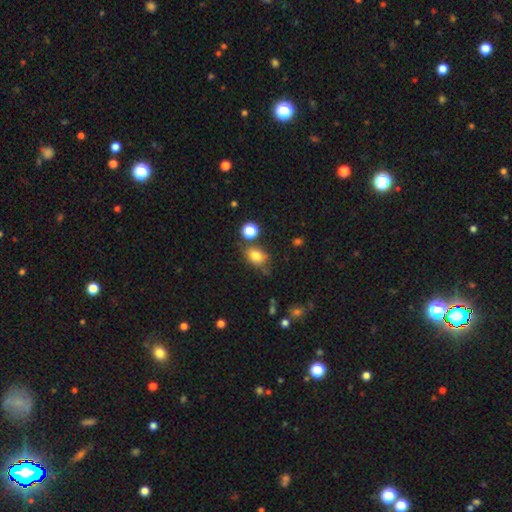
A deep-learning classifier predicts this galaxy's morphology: A smooth galaxy with no disk features (80%) that is in between round and cigar-shaped (69%). Merging: none (65%).